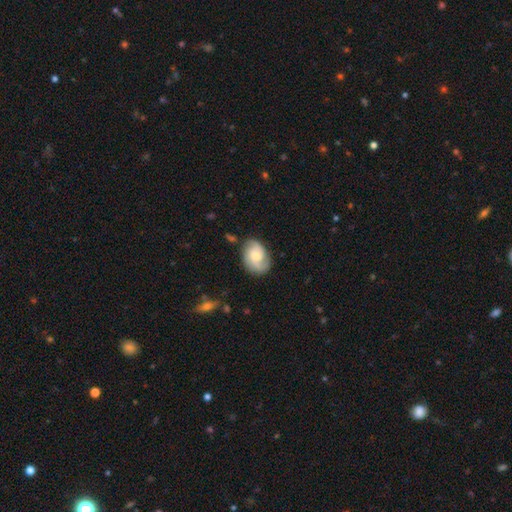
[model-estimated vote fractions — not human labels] A featured or disk galaxy (65%) with no bar (59%), 2 (72%) medium (45%) spiral arms (92%) and a moderate central bulge (47%). Merging: none (71%).